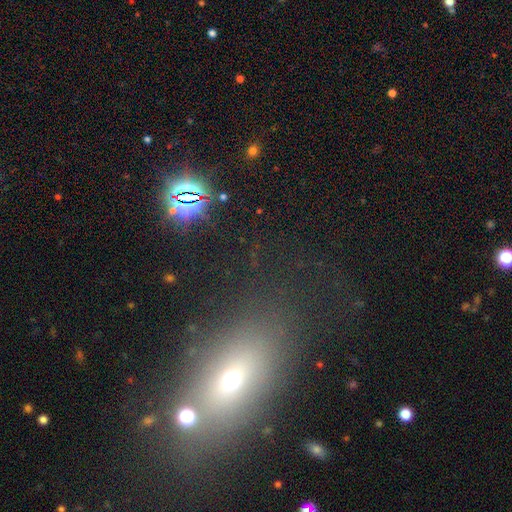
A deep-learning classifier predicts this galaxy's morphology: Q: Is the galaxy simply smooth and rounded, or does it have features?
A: smooth — 46%.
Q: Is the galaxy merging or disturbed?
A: none — 69%.